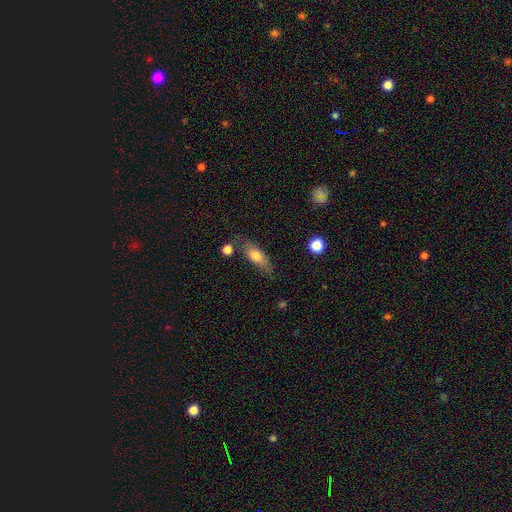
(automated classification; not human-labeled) smooth-or-featured: smooth: 70% | featured or disk: 22% | star or artifact: 7%
  how-rounded: in between: 66% | cigar-shaped: 30% | round: 4%
  merging: none: 65% | minor disturbance: 22% | major disturbance: 7% | merger: 6%